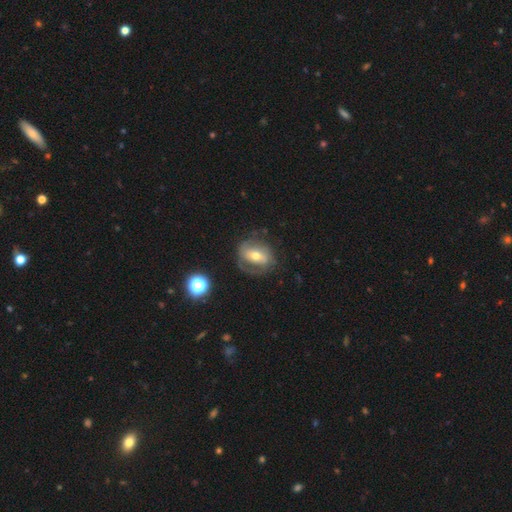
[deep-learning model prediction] The model was most divided on "bar": no: 37%, weak: 33%, strong: 31%. More confident: edge-on disk — no (94%); bulge size — moderate (65%); merging — none (59%); smooth or featured — featured or disk (58%); spiral arms — yes (58%).